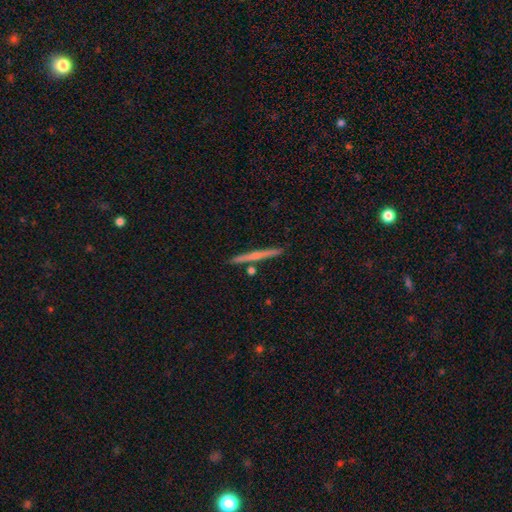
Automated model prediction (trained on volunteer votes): Morphology: type=featured or disk (53%); edge-on=yes (98%); edge-on bulge=none (61%); merging=none (88%).